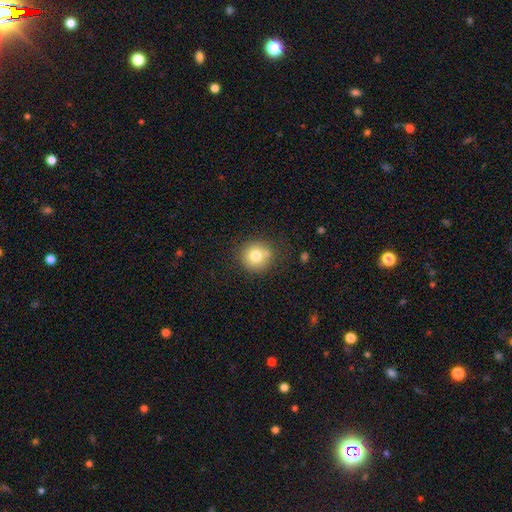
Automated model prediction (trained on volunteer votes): Morphology: type=smooth (77%); roundness=round (90%); merging=none (73%).